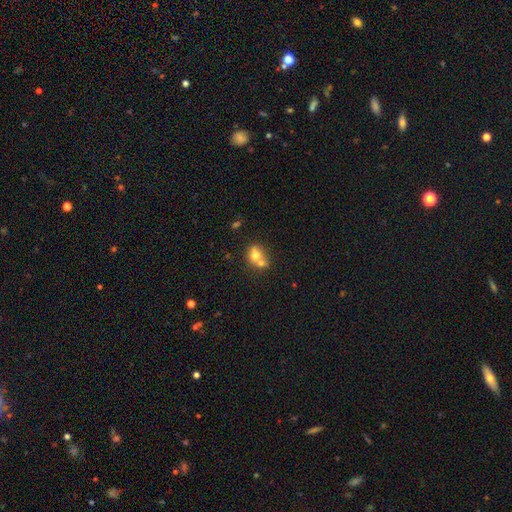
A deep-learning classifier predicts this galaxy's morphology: A smooth galaxy with no disk features (69%) that is round (58%). Merging: merger (55%).